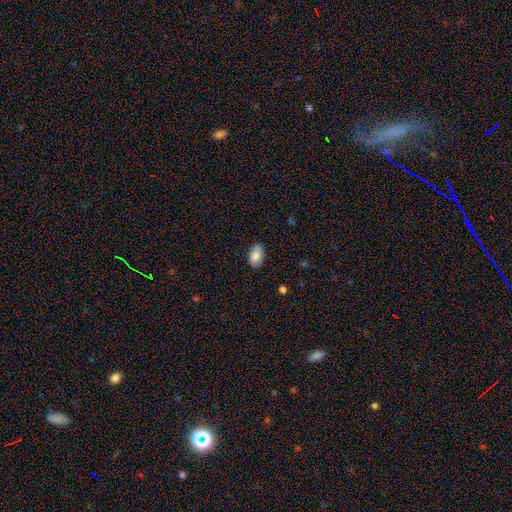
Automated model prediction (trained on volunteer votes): smooth-or-featured: smooth: 84% | featured or disk: 9% | star or artifact: 7%
  how-rounded: in between: 92% | round: 7% | cigar-shaped: 1%
  merging: none: 84% | minor disturbance: 13% | major disturbance: 2% | merger: 1%